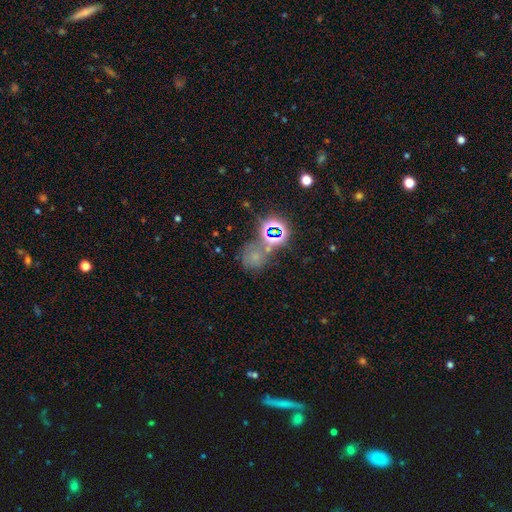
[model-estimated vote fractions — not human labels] This is possibly a star or artifact rather than a galaxy (57%).